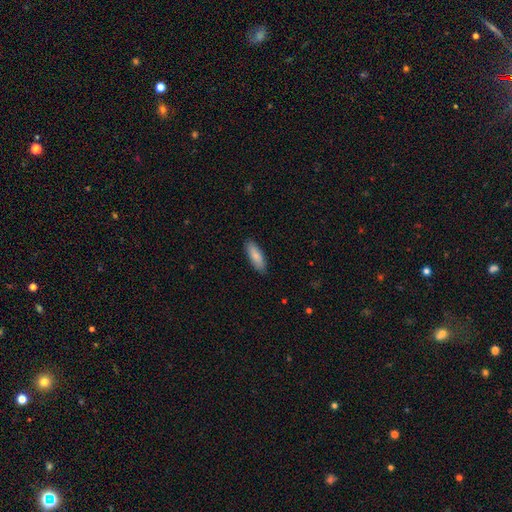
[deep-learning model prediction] Overall: smooth (84%). How rounded: in between (62%; cigar-shaped 37%). Merging: none (87%).